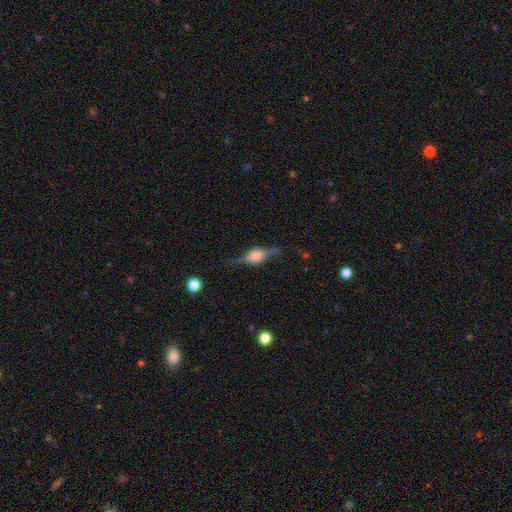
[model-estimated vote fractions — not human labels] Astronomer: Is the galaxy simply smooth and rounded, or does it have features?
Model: featured or disk — 72%.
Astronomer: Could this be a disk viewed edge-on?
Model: yes — 94%.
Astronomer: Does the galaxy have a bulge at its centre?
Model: rounded — 83%.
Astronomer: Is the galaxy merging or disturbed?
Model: none — 69%.